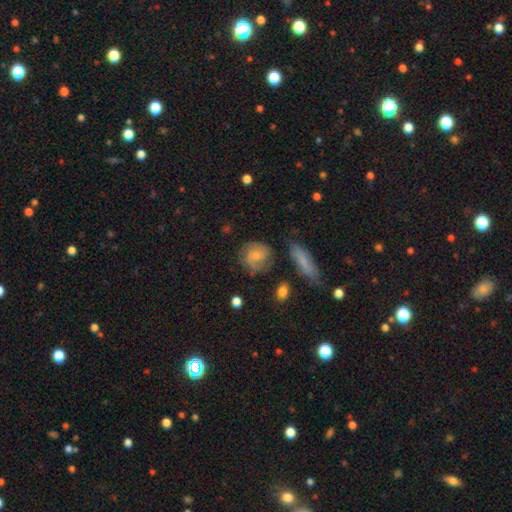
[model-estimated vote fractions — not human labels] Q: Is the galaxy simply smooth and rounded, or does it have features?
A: featured or disk — 47%.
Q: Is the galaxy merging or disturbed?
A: none — 66%.